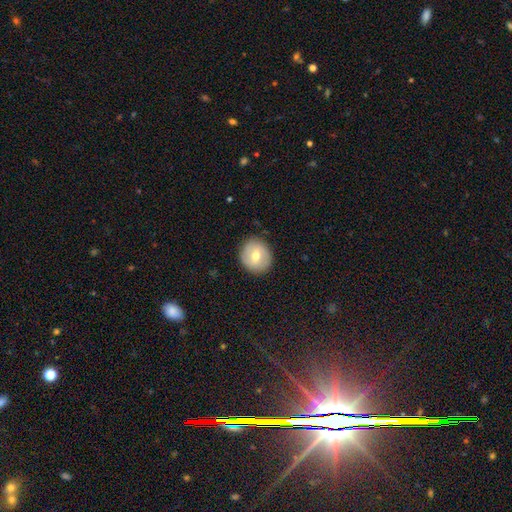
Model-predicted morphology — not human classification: A smooth galaxy with no disk features (56%) that is round (87%). Merging: none (88%).